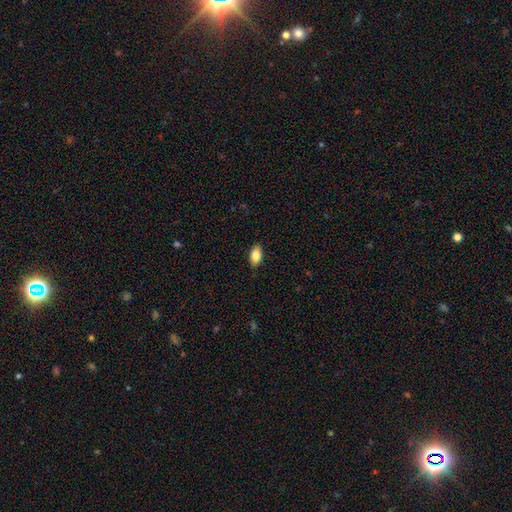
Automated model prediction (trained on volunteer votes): smooth-or-featured: smooth: 83% | featured or disk: 9% | star or artifact: 8%
  how-rounded: in between: 91% | round: 6% | cigar-shaped: 4%
  merging: none: 87% | minor disturbance: 10% | major disturbance: 2% | merger: 1%